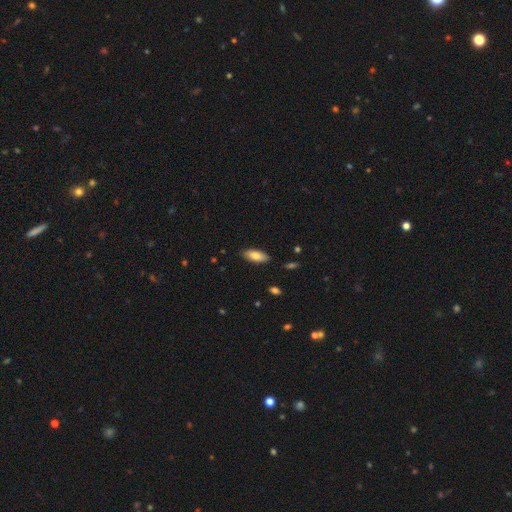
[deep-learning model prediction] Q: Smooth or featured?
A: smooth (81%); runner-up: featured or disk (13%)
Q: How rounded?
A: in between (82%); runner-up: cigar-shaped (16%)
Q: Merging?
A: none (86%); runner-up: minor disturbance (10%)